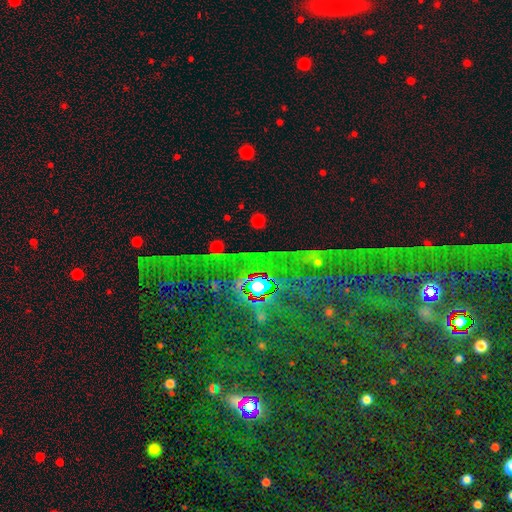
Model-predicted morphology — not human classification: Q: Smooth or featured?
A: star or artifact (78%); runner-up: featured or disk (11%)